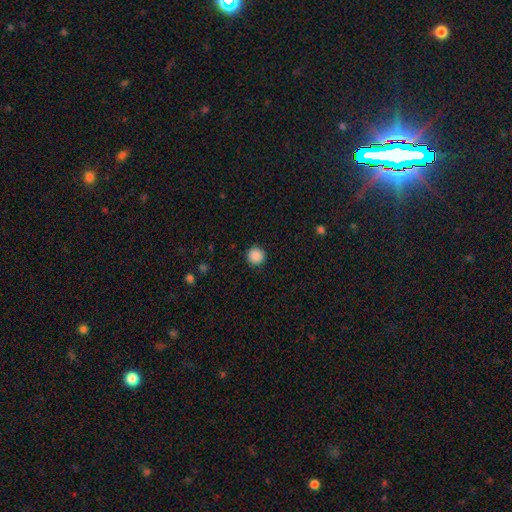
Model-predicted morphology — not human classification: Smooth or featured? Predicted: smooth (p=0.88). How rounded? Predicted: round (p=0.95). Merging? Predicted: none (p=0.92).